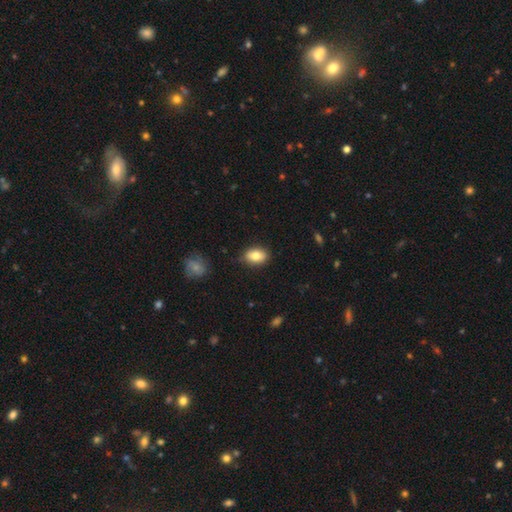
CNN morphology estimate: The model was most divided on "how rounded": in between: 84%, round: 15%, cigar-shaped: 2%. More confident: merging — none (84%); smooth or featured — smooth (81%).